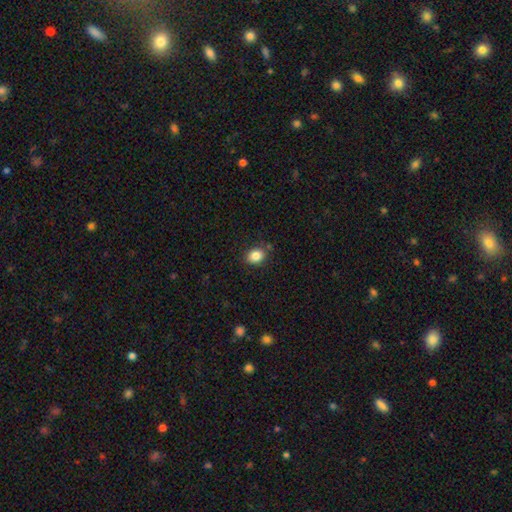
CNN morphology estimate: This appears to be a smooth galaxy with no disk features (85%) that is in between round and cigar-shaped (50%). Merging: none (83%).